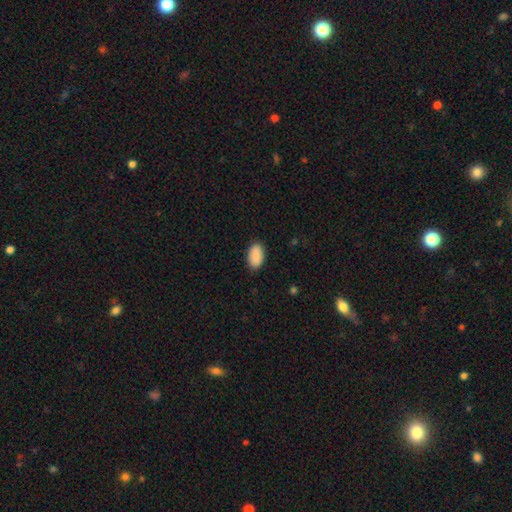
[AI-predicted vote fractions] The model was most divided on "merging": none: 89%, minor disturbance: 8%, major disturbance: 2%, merger: 1%. More confident: how rounded — in between (95%); smooth or featured — smooth (91%).